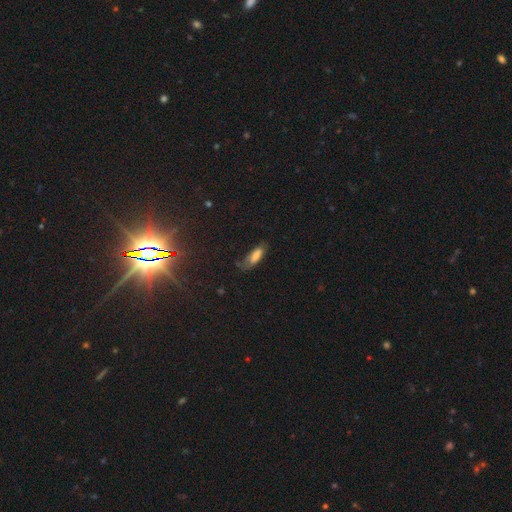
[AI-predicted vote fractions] A smooth galaxy with no disk features (72%) that is in between round and cigar-shaped (64%). Merging: none (56%).